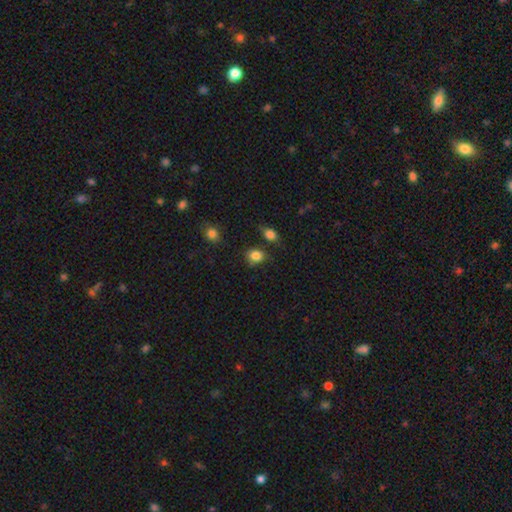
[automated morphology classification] Smooth or featured? smooth (84%)
How rounded? round (55%)
Merging? none (67%)